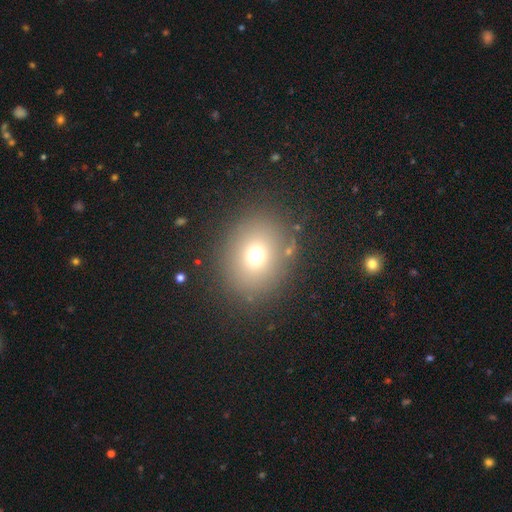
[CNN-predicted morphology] Smooth or featured: smooth — 69% (star or artifact — 19%)
How rounded: round — 70% (in between — 29%)
Merging: none — 83% (minor disturbance — 9%)